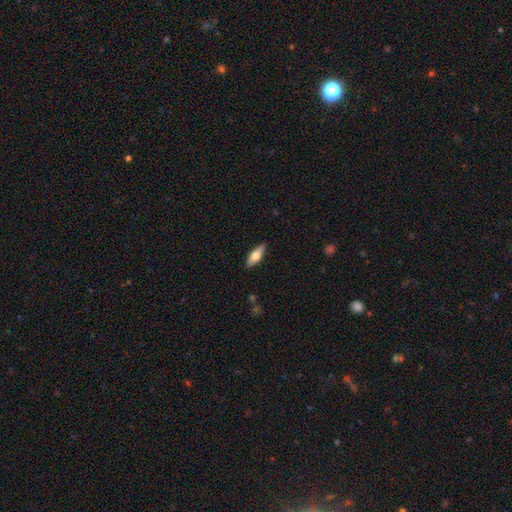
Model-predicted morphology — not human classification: Smooth or featured?
  - smooth: 52% *
  - featured or disk: 43%
  - star or artifact: 6%
How rounded?
  - in between: 59% *
  - cigar-shaped: 38%
  - round: 3%
Merging?
  - none: 88% *
  - minor disturbance: 9%
  - major disturbance: 2%
  - merger: 1%